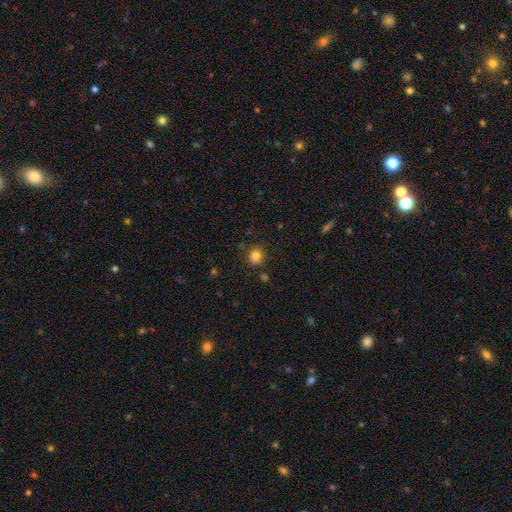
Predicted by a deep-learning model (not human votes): Smooth or featured? Predicted: smooth (p=0.84). How rounded? Predicted: round (p=0.87). Merging? Predicted: none (p=0.85).